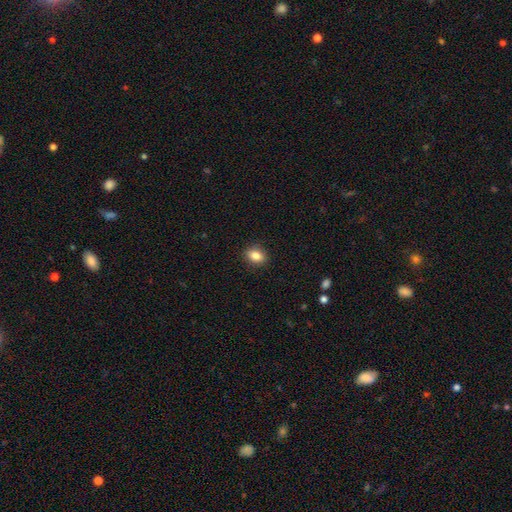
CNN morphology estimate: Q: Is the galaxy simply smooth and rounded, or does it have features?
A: smooth — 84%.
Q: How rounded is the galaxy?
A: in between — 62%.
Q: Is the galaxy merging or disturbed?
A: none — 90%.